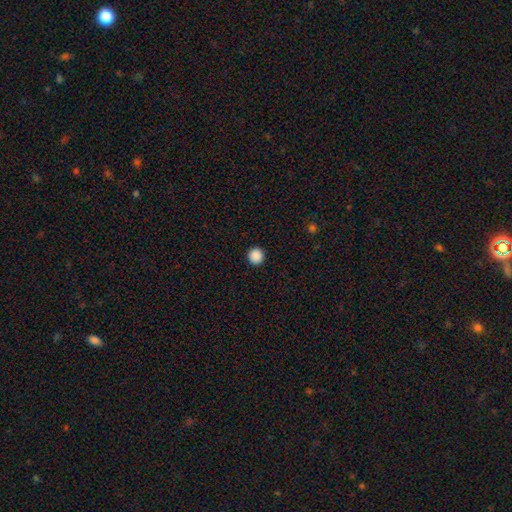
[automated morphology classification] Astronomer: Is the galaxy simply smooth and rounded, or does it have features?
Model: smooth — 89%.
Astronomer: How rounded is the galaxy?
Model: round — 95%.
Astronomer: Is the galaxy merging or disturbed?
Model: none — 93%.